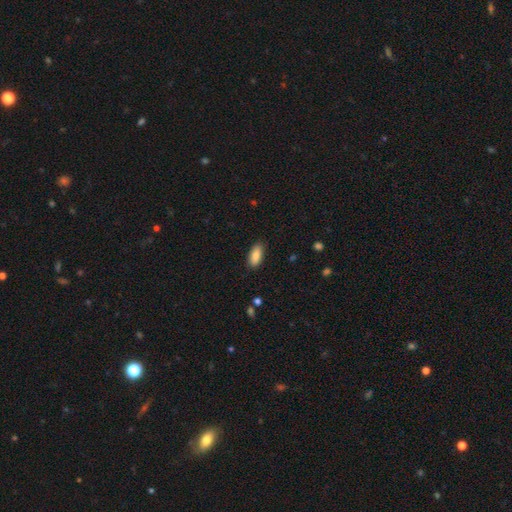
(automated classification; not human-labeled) Q: Smooth or featured?
A: smooth (86%); runner-up: featured or disk (8%)
Q: How rounded?
A: in between (86%); runner-up: cigar-shaped (12%)
Q: Merging?
A: none (86%); runner-up: minor disturbance (10%)